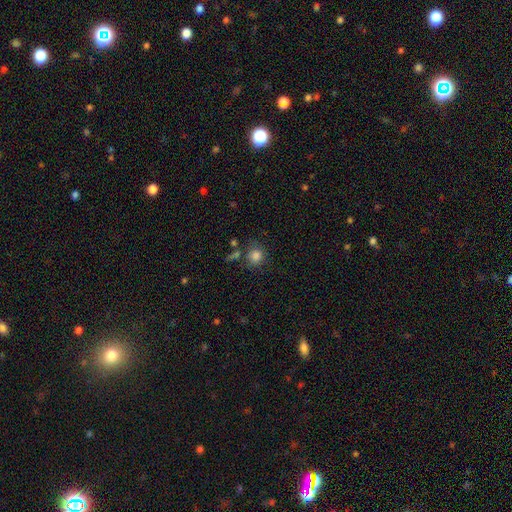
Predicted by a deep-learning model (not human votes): This appears to be a smooth galaxy with no disk features (83%) that is round (84%). Merging: none (70%).